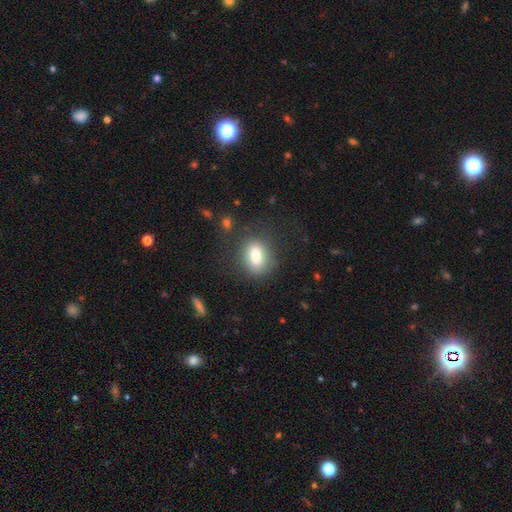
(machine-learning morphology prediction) smooth 83%, star or artifact 9%, featured or disk 8%. Down the decision tree: how rounded — in between (76%); merging — none (77%).